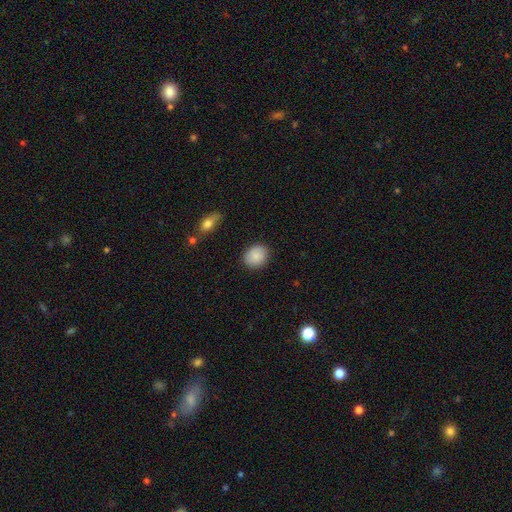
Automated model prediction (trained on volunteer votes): smooth_or_featured: smooth (p=0.87) [alt: star or artifact p=0.07]
how_rounded: round (p=0.60) [alt: in between p=0.39]
merging: none (p=0.87) [alt: minor disturbance p=0.10]